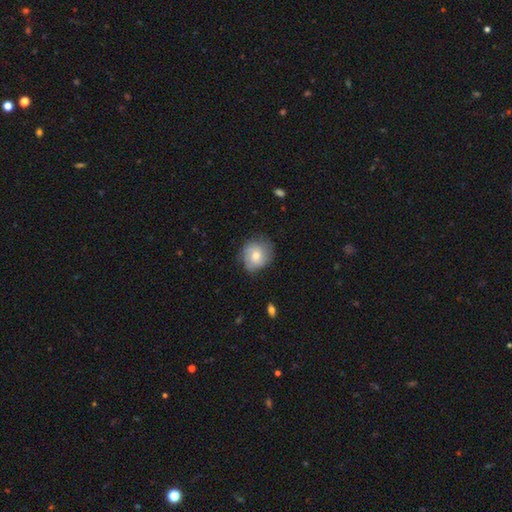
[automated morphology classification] A smooth galaxy with no disk features (53%) that is round (78%).

Vote fractions:
- Smooth or featured? smooth: 53% / featured or disk: 40% / star or artifact: 7%
- How rounded? round: 78% / in between: 21% / cigar-shaped: 1%
- Merging? none: 69% / minor disturbance: 23% / major disturbance: 7% / merger: 1%